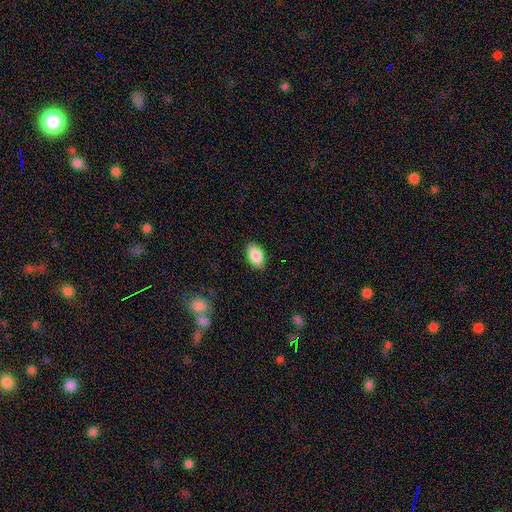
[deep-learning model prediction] Morphology: type=smooth (87%); roundness=in between (93%); merging=none (87%).